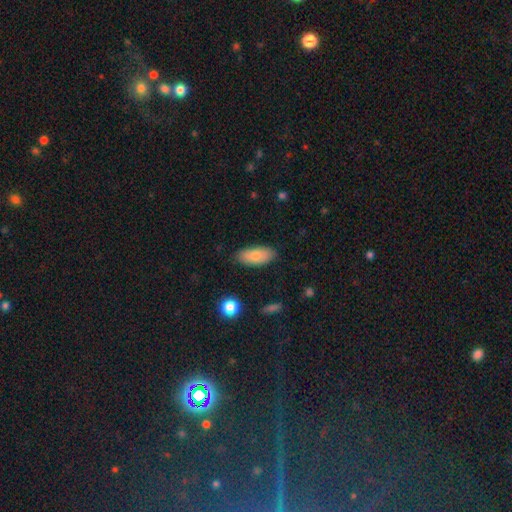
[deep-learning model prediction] This is clearly a smooth galaxy (83%). How rounded: clearly in between (89%). Merging: clearly none (84%).